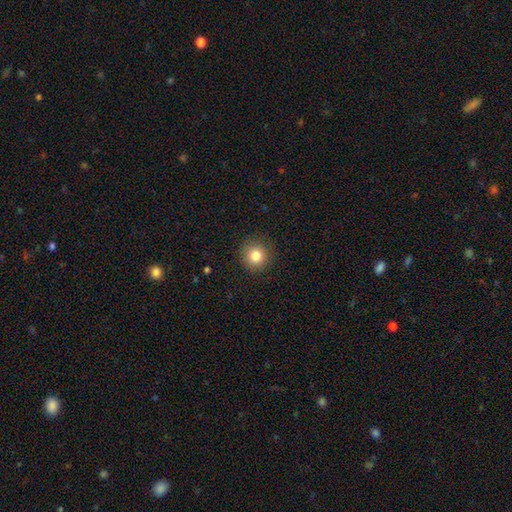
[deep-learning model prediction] Smooth or featured? smooth (83%)
How rounded? round (93%)
Merging? none (90%)